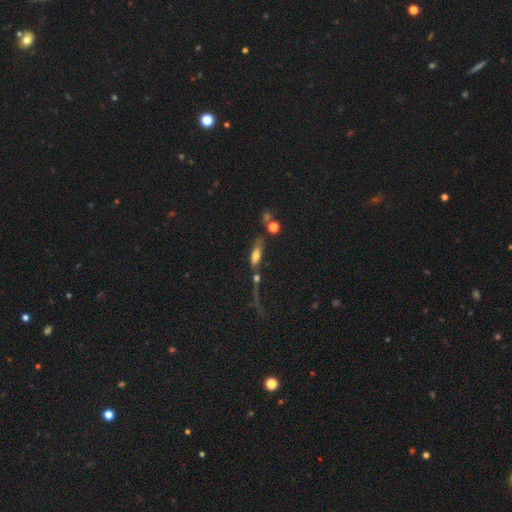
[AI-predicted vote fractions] Overall: smooth (60%; featured or disk 29%). How rounded: in between (59%; cigar-shaped 36%). Merging: none (44%; merger 27%).